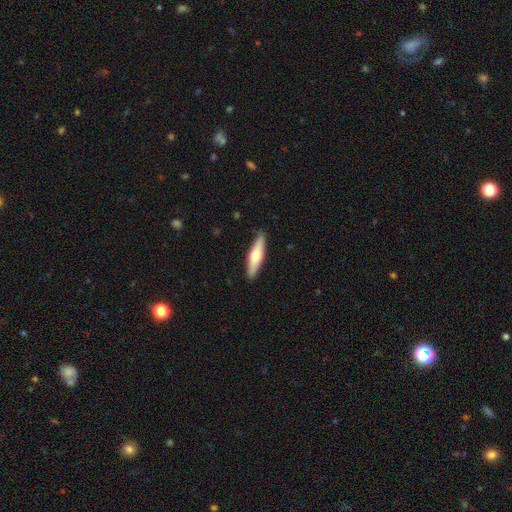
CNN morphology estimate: type=smooth (54%); roundness=cigar-shaped (71%); merging=none (88%).